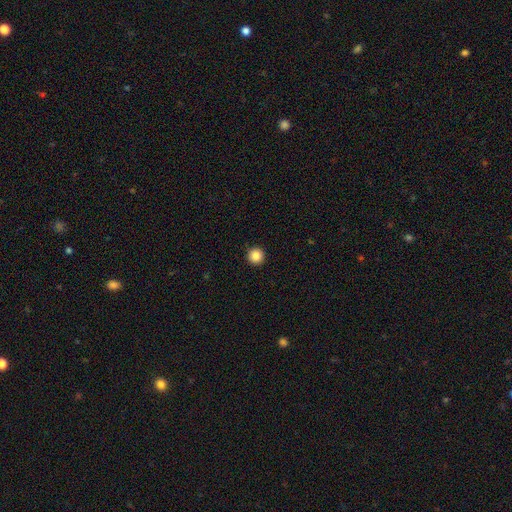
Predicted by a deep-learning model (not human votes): Smooth or featured? Predicted: smooth (p=0.86). How rounded? Predicted: round (p=0.96). Merging? Predicted: none (p=0.93).